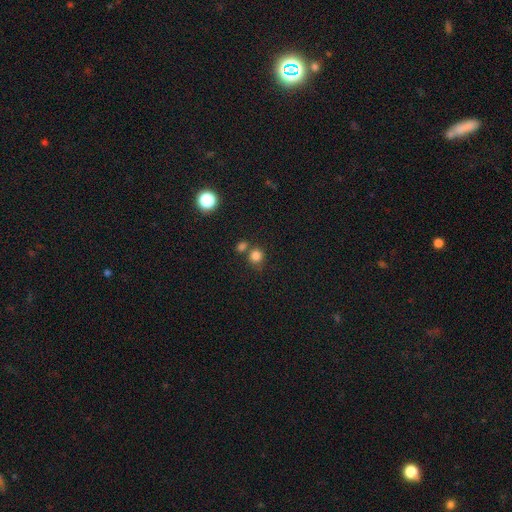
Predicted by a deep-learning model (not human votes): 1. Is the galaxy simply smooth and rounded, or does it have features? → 81% smooth, 14% star or artifact, 5% featured or disk.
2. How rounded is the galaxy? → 87% round, 12% in between, 1% cigar-shaped.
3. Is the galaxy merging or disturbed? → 62% none, 24% merger, 10% minor disturbance, 4% major disturbance.